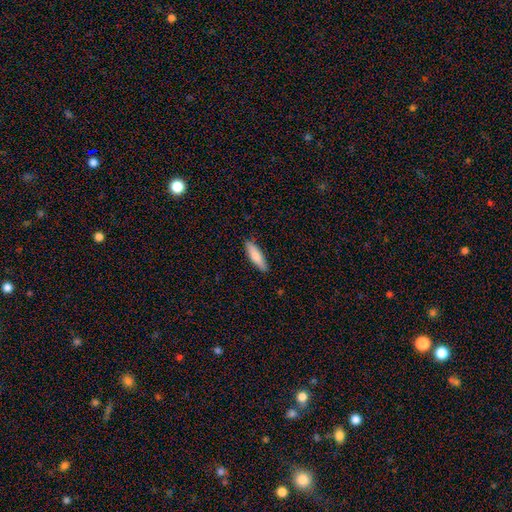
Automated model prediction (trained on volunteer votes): smooth 84%, featured or disk 11%, star or artifact 5%. Down the decision tree: how rounded — cigar-shaped (65%); merging — none (89%).